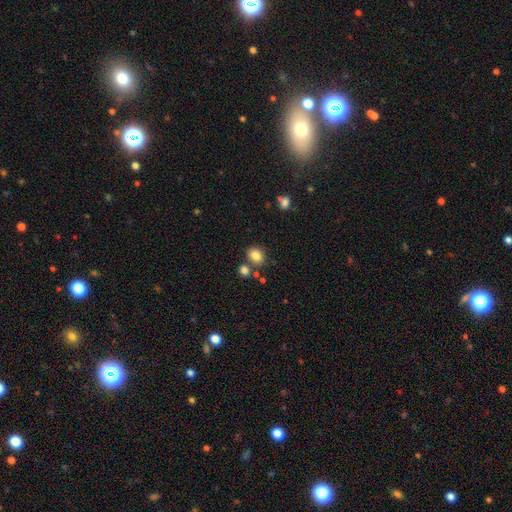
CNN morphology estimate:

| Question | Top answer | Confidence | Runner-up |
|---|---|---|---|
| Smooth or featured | smooth | 83% | star or artifact (10%) |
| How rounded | in between | 52% | round (47%) |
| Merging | none | 72% | merger (14%) |